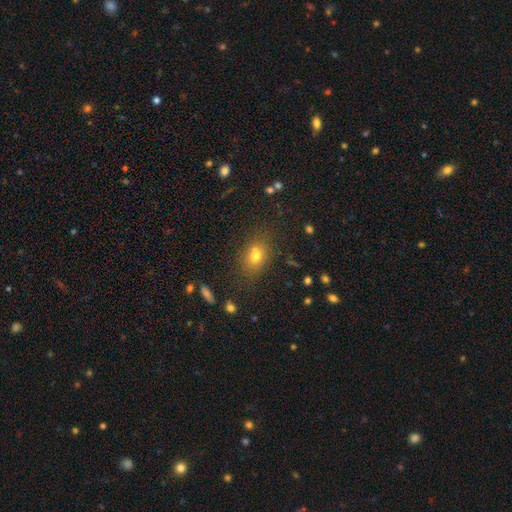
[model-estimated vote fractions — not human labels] A smooth galaxy with no disk features (69%) that is in between round and cigar-shaped (59%).

Vote fractions:
- Smooth or featured? smooth: 69% / star or artifact: 17% / featured or disk: 14%
- How rounded? in between: 59% / round: 39% / cigar-shaped: 2%
- Merging? none: 64% / merger: 18% / minor disturbance: 14% / major disturbance: 5%